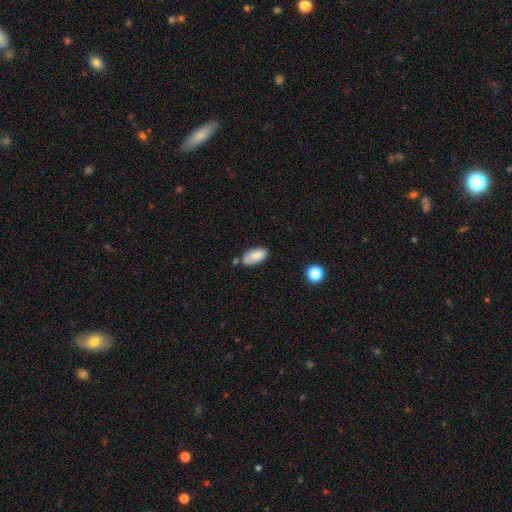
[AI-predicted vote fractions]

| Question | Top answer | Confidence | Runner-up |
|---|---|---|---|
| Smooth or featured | smooth | 84% | featured or disk (9%) |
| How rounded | in between | 92% | cigar-shaped (5%) |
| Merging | none | 64% | minor disturbance (23%) |